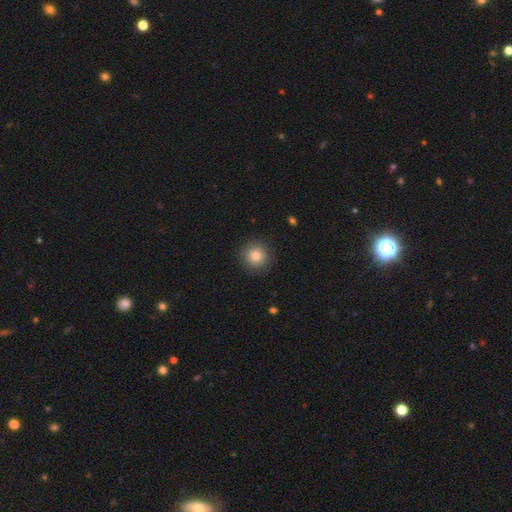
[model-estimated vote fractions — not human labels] Smooth or featured?
  - smooth: 82% *
  - star or artifact: 10%
  - featured or disk: 8%
How rounded?
  - round: 95% *
  - in between: 4%
  - cigar-shaped: 1%
Merging?
  - none: 89% *
  - minor disturbance: 7%
  - major disturbance: 2%
  - merger: 1%